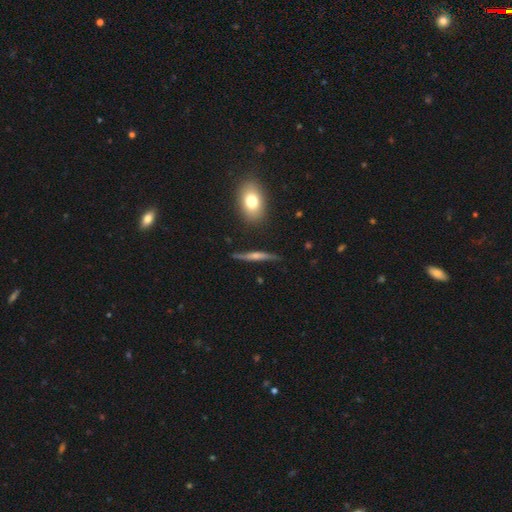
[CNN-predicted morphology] Smooth or featured? featured or disk (67%)
Edge-on disk? yes (94%)
Edge-on bulge? rounded (76%)
Merging? none (84%)